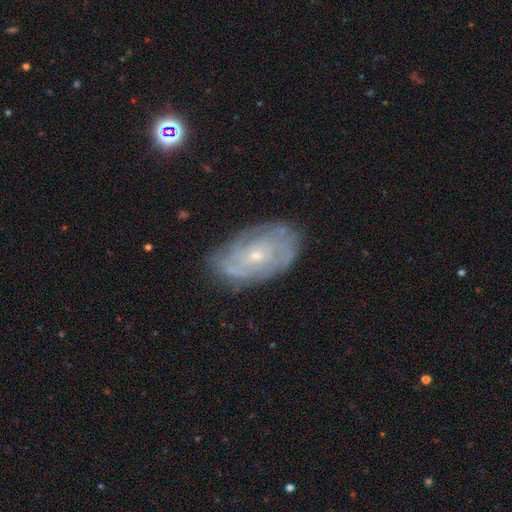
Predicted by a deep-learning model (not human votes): Overall: featured or disk (80%). Edge-on disk: no (95%). Bar: no (72%). Spiral arms: yes (92%). Spiral arm count: can't tell (40%; 2 20%). Spiral winding: tight (65%; medium 28%). Bulge size: small (69%). Merging: none (76%).